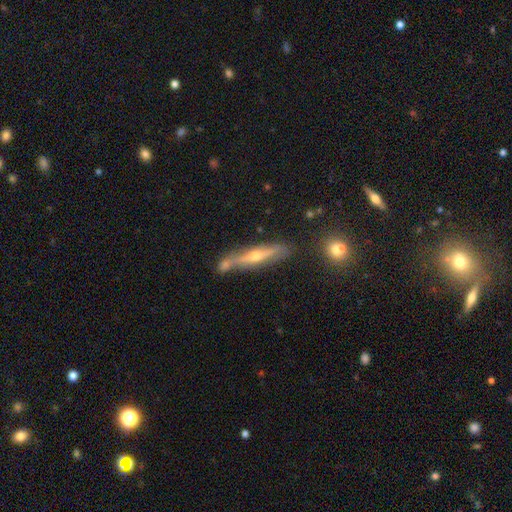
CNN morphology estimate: A featured or disk galaxy (72%) viewed edge-on (86%) with a rounded central bulge (86%).

Vote fractions:
- Smooth or featured? featured or disk: 72% / smooth: 20% / star or artifact: 7%
- Edge-on disk? yes: 86% / no: 14%
- Edge-on bulge? rounded: 86% / none: 11% / boxy: 3%
- Merging? none: 70% / minor disturbance: 16% / merger: 10% / major disturbance: 4%